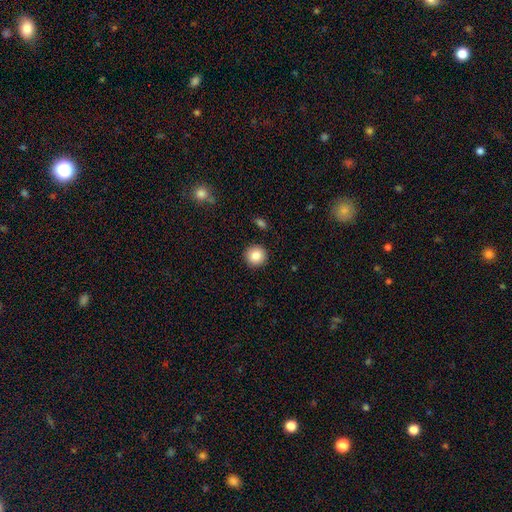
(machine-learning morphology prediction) The model was most divided on "smooth or featured": smooth: 86%, star or artifact: 9%, featured or disk: 6%. More confident: how rounded — round (94%); merging — none (91%).